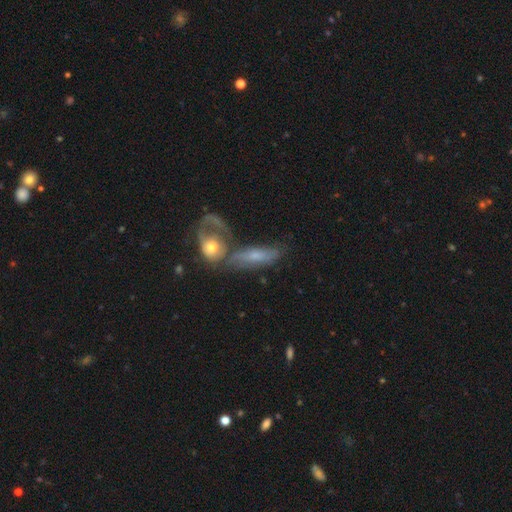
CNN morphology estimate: Smooth or featured?
  - smooth: 47% *
  - featured or disk: 45%
  - star or artifact: 8%
Merging?
  - merger: 44% *
  - none: 31%
  - minor disturbance: 14%
  - major disturbance: 11%